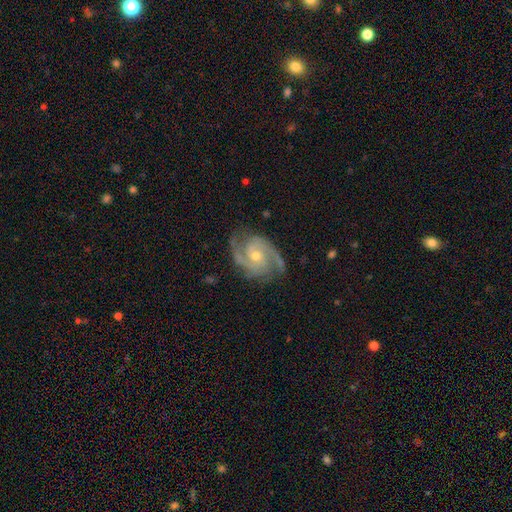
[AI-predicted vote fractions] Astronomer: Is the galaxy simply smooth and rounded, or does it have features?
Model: featured or disk — 92%.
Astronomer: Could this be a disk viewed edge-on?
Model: no — 98%.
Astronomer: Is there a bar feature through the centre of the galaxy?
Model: no — 62%.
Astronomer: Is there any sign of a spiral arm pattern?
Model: yes — 98%.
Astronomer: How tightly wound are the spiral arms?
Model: medium — 51% (runner-up: tight, 41%).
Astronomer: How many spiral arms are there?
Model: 2 — 53% (runner-up: 3, 31%).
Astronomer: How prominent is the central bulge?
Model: small — 50% (runner-up: moderate, 47%).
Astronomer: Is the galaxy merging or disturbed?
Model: none — 78%.